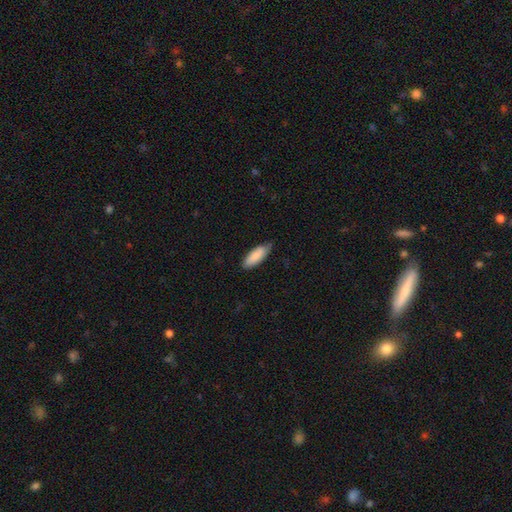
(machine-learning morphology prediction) smooth-or-featured: smooth: 87% | featured or disk: 8% | star or artifact: 5%
  how-rounded: in between: 69% | cigar-shaped: 30% | round: 1%
  merging: none: 74% | minor disturbance: 22% | major disturbance: 3% | merger: 1%